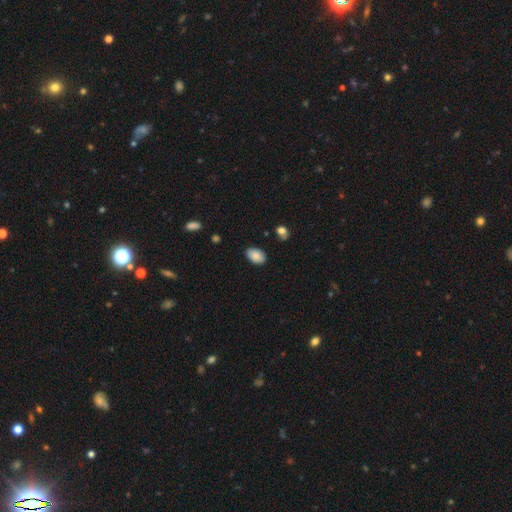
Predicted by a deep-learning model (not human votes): Morphology: type=smooth (85%); roundness=in between (89%); merging=none (84%).